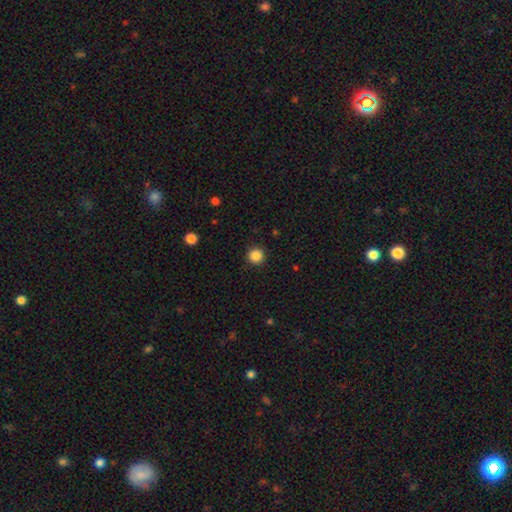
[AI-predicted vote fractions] Smooth or featured? Predicted: smooth (p=0.86). How rounded? Predicted: round (p=0.95). Merging? Predicted: none (p=0.92).